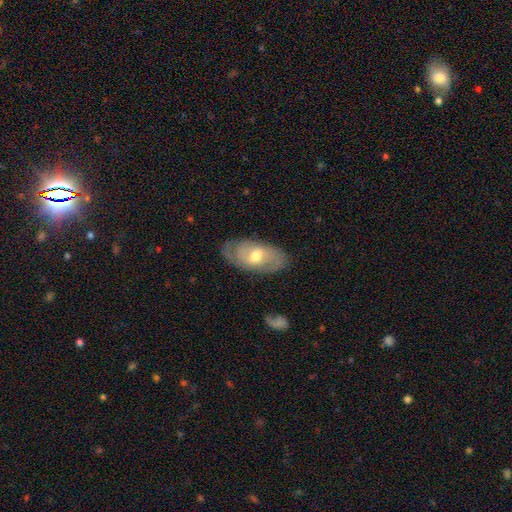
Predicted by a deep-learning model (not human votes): Smooth or featured: featured or disk — 64% (smooth — 29%)
Edge-on disk: no — 88% (yes — 12%)
Bar: no — 59% (weak — 34%)
Spiral arms: yes — 77% (no — 23%)
Bulge size: moderate — 69% (small — 25%)
Merging: none — 76% (minor disturbance — 18%)